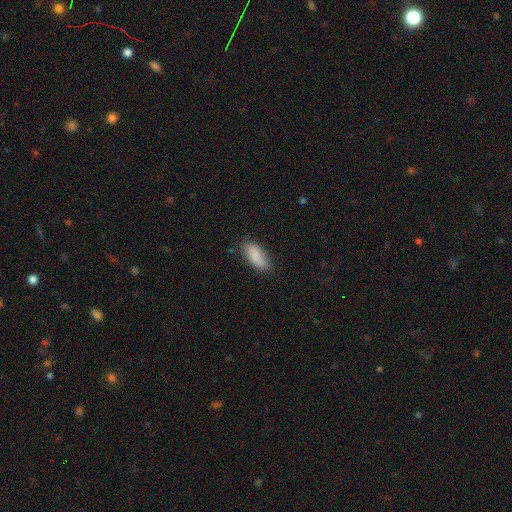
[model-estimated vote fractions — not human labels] This is clearly a smooth galaxy (87%). How rounded: clearly in between (82%). Merging: likely none (76%).